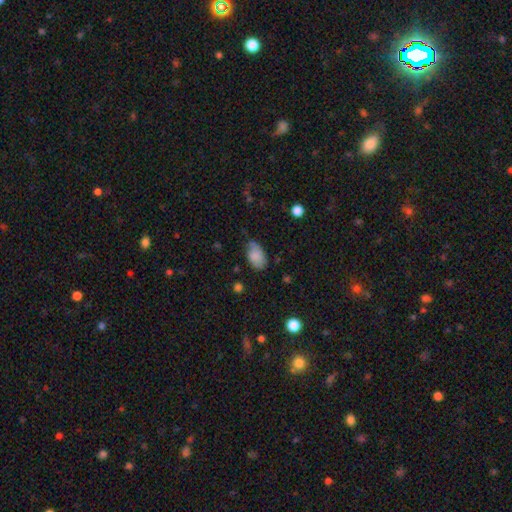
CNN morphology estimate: smooth 82%, featured or disk 10%, star or artifact 8%. Down the decision tree: how rounded — in between (91%); merging — none (55%).